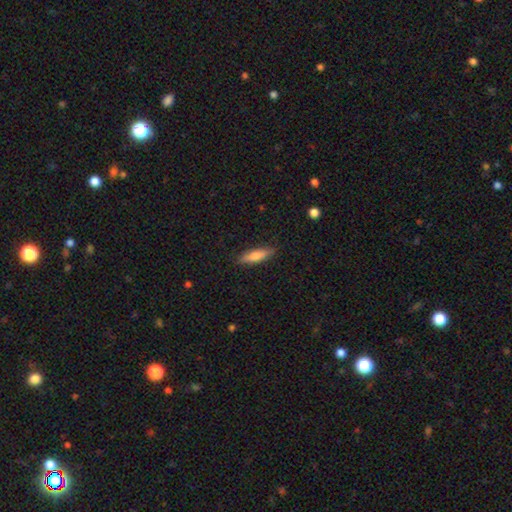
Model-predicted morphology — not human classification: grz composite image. It shows a smooth galaxy with no disk features (69%) that is cigar-shaped (70%). Merging: none (86%).